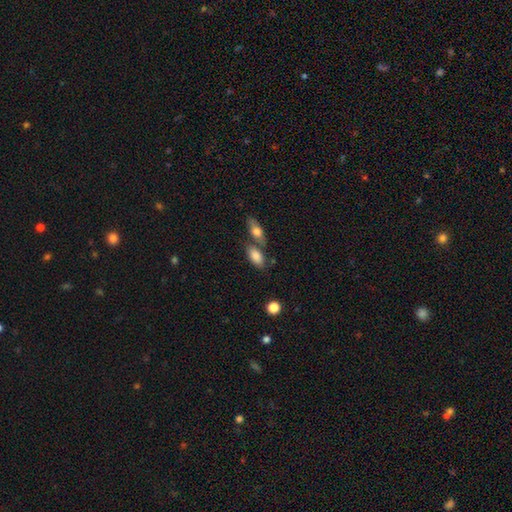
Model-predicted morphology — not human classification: This appears to be a smooth galaxy with no disk features (83%) that is in between round and cigar-shaped (89%). Merging: none (51%).